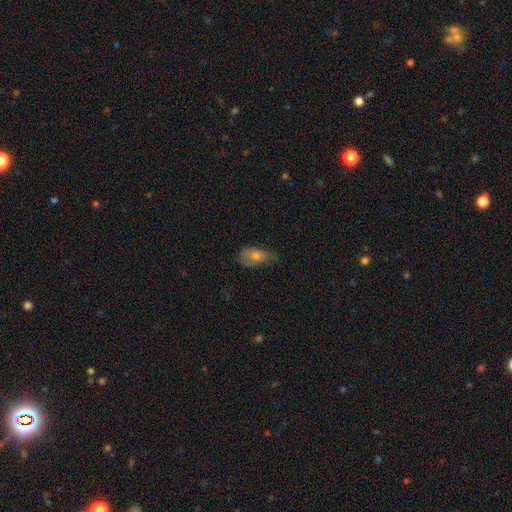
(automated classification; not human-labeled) Q: Smooth or featured?
A: smooth (58%); runner-up: featured or disk (30%)
Q: How rounded?
A: in between (83%); runner-up: cigar-shaped (9%)
Q: Merging?
A: none (53%); runner-up: minor disturbance (32%)